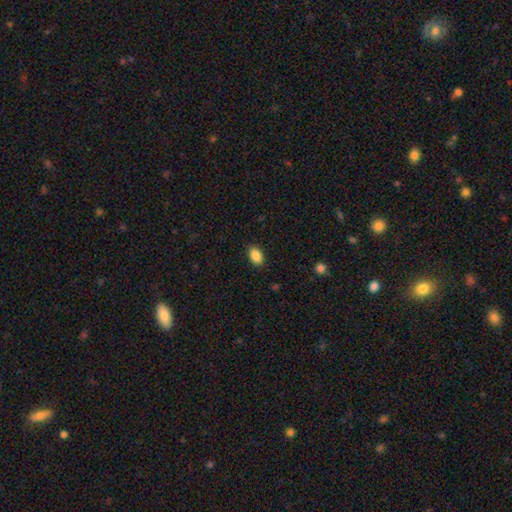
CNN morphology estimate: Overall: smooth (88%). How rounded: in between (85%). Merging: none (88%).